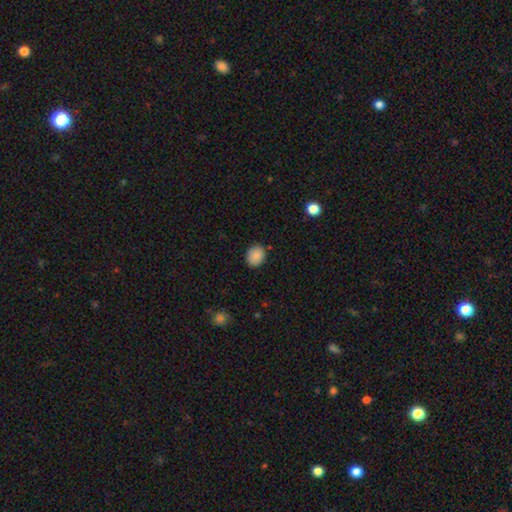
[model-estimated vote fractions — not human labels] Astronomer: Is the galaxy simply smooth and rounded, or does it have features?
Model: smooth — 88%.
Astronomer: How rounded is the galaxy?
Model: round — 53% (runner-up: in between, 46%).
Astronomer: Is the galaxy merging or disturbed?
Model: none — 87%.